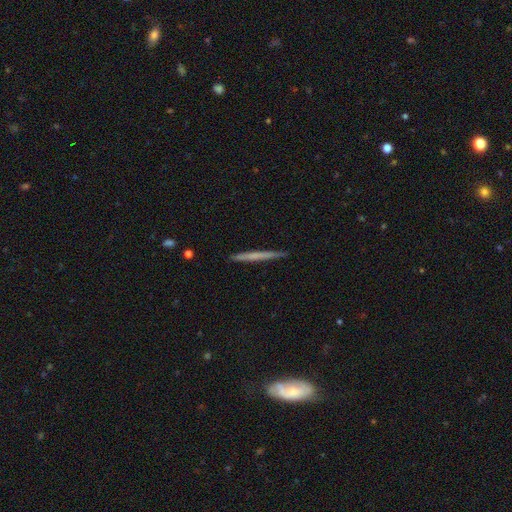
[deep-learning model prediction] A smooth galaxy with no disk features (51%) that is cigar-shaped (97%).

Vote fractions:
- Smooth or featured? smooth: 51% / featured or disk: 43% / star or artifact: 6%
- How rounded? cigar-shaped: 97% / in between: 2% / round: 1%
- Merging? none: 91% / minor disturbance: 7% / major disturbance: 1% / merger: 1%